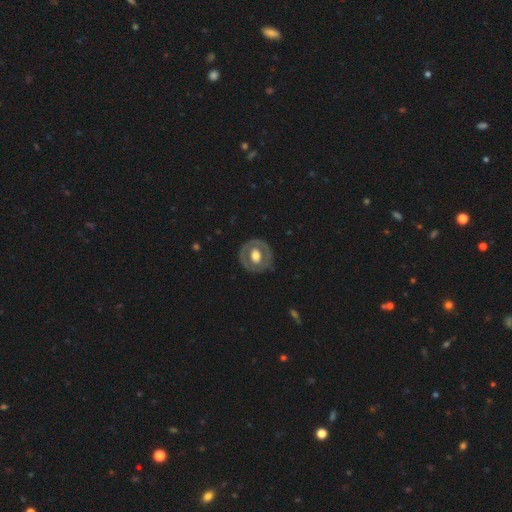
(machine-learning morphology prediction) Smooth or featured?
  - featured or disk: 57% *
  - smooth: 38%
  - star or artifact: 5%
Edge-on disk?
  - no: 94% *
  - yes: 6%
Bar?
  - no: 71% *
  - weak: 21%
  - strong: 8%
Spiral arms?
  - no: 85% *
  - yes: 15%
Bulge size?
  - large: 46% * (tied)
  - moderate: 46% * (tied)
  - small: 4%
  - dominant: 3%
  - none: 1%
Merging?
  - none: 83% *
  - minor disturbance: 11%
  - major disturbance: 5%
  - merger: 1%